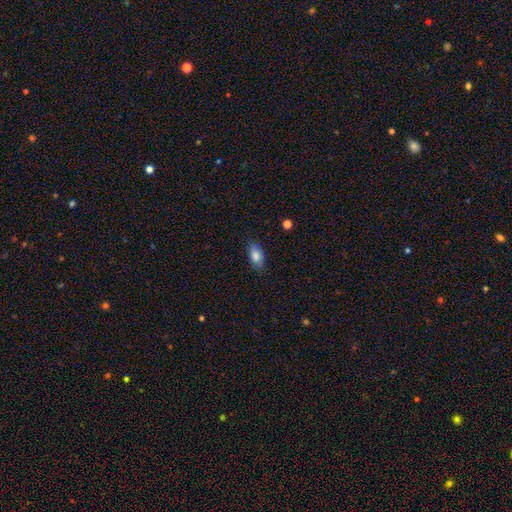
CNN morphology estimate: A smooth galaxy with no disk features (84%) that is in between round and cigar-shaped (89%). Merging: none (82%).